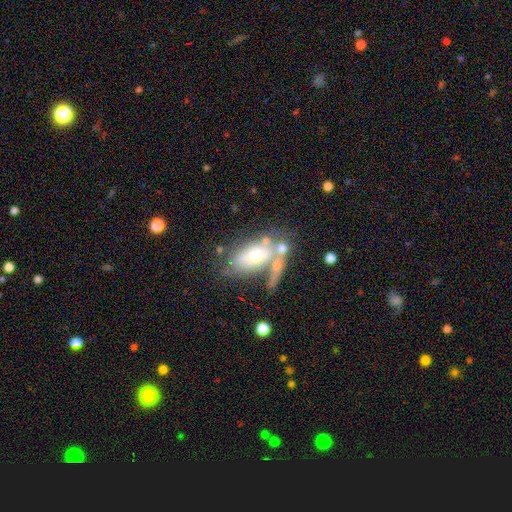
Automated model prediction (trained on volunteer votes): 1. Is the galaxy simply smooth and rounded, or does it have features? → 57% smooth, 34% featured or disk, 9% star or artifact.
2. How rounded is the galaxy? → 82% in between, 11% cigar-shaped, 6% round.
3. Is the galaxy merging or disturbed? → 35% none, 31% merger, 18% minor disturbance, 16% major disturbance.